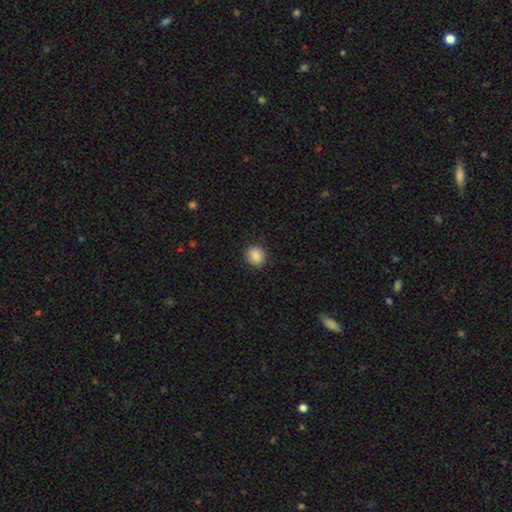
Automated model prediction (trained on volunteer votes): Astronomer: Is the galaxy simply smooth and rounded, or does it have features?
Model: smooth — 89%.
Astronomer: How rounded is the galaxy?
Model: round — 79%.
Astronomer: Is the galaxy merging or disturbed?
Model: none — 89%.